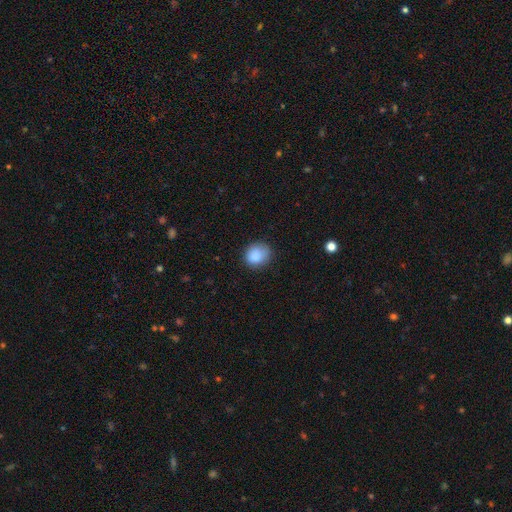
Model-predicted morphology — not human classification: Smooth or featured? smooth (86%)
How rounded? round (72%)
Merging? none (74%)